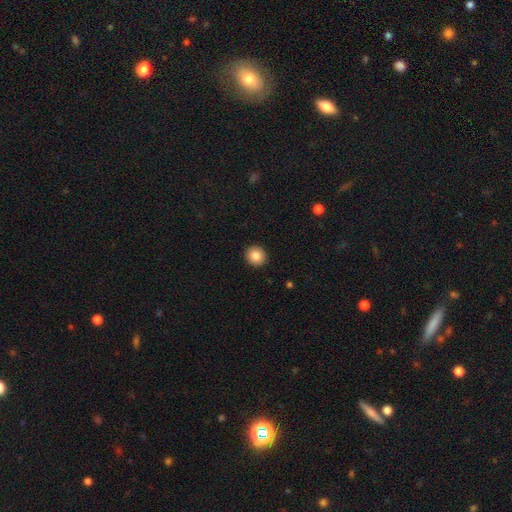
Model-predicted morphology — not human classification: Smooth or featured?
  - smooth: 85% *
  - star or artifact: 9%
  - featured or disk: 6%
How rounded?
  - round: 89% *
  - in between: 10%
  - cigar-shaped: 1%
Merging?
  - none: 93% *
  - minor disturbance: 5%
  - major disturbance: 2%
  - merger: 1%